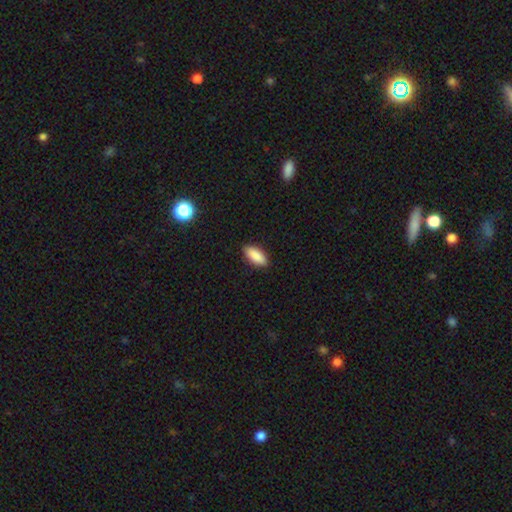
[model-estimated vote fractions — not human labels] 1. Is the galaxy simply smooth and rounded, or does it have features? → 89% smooth, 6% star or artifact, 5% featured or disk.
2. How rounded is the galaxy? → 81% in between, 17% cigar-shaped, 2% round.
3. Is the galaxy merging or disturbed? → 89% none, 8% minor disturbance, 2% major disturbance, 1% merger.